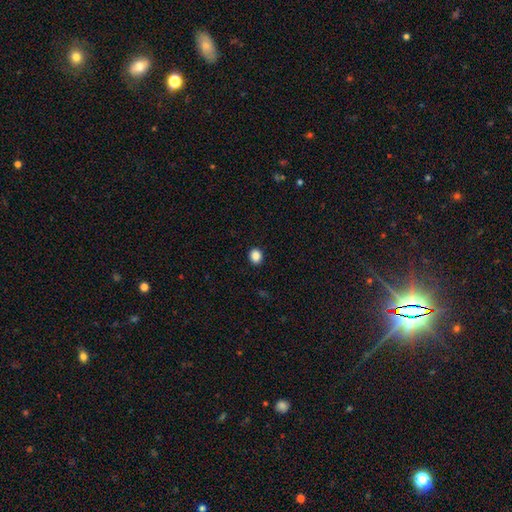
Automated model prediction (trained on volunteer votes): Smooth or featured? Predicted: smooth (p=0.88). How rounded? Predicted: round (p=0.66). Merging? Predicted: none (p=0.91).